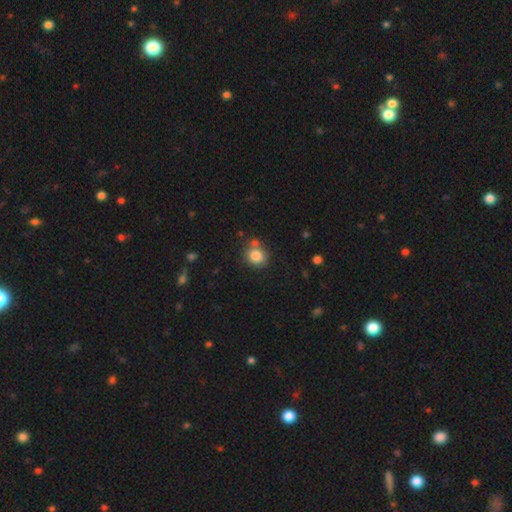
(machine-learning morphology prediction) Smooth or featured?
  - smooth: 83% *
  - star or artifact: 10%
  - featured or disk: 7%
How rounded?
  - round: 83% *
  - in between: 16%
  - cigar-shaped: 1%
Merging?
  - none: 67% *
  - merger: 15%
  - minor disturbance: 14%
  - major disturbance: 4%